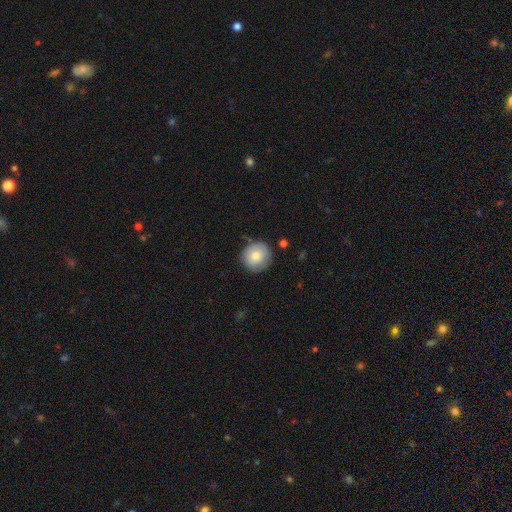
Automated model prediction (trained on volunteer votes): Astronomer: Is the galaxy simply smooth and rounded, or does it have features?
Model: smooth — 80%.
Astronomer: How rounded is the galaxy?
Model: round — 92%.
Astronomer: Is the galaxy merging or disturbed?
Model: none — 81%.